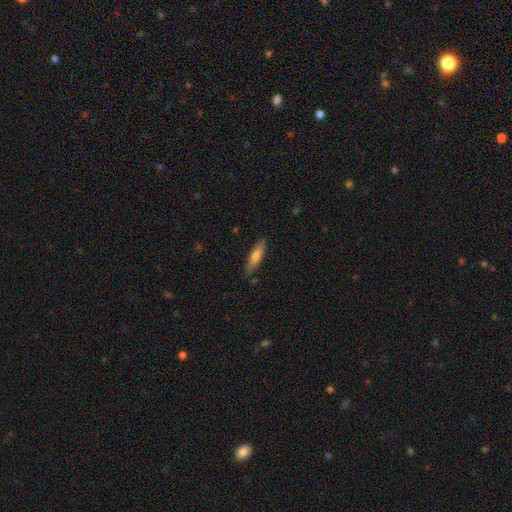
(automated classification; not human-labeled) A smooth galaxy with no disk features (66%) that is cigar-shaped (71%). Merging: none (84%).